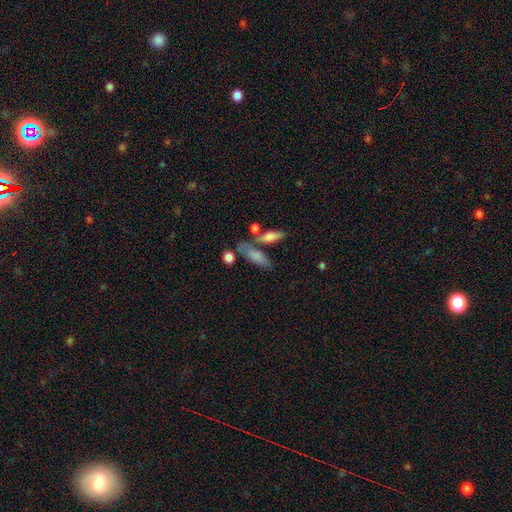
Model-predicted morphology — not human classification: A smooth galaxy with no disk features (76%) that is in between round and cigar-shaped (59%).

Vote fractions:
- Smooth or featured? smooth: 76% / featured or disk: 17% / star or artifact: 7%
- How rounded? in between: 59% / cigar-shaped: 37% / round: 4%
- Merging? none: 52% / merger: 22% / minor disturbance: 18% / major disturbance: 8%